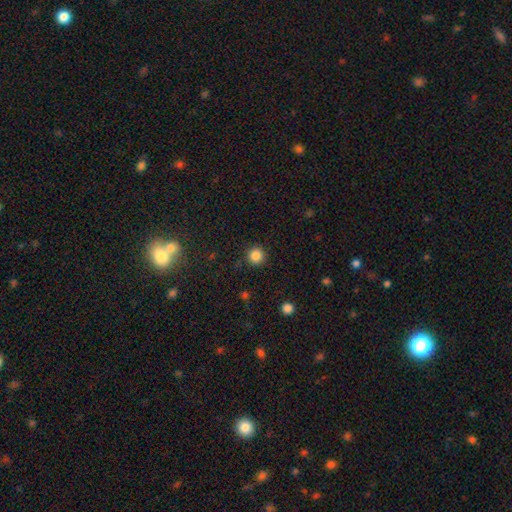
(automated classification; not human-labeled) Smooth or featured?
  - smooth: 85% *
  - star or artifact: 12%
  - featured or disk: 4%
How rounded?
  - round: 95% *
  - in between: 4%
  - cigar-shaped: 1%
Merging?
  - none: 91% *
  - minor disturbance: 6%
  - major disturbance: 2%
  - merger: 1%